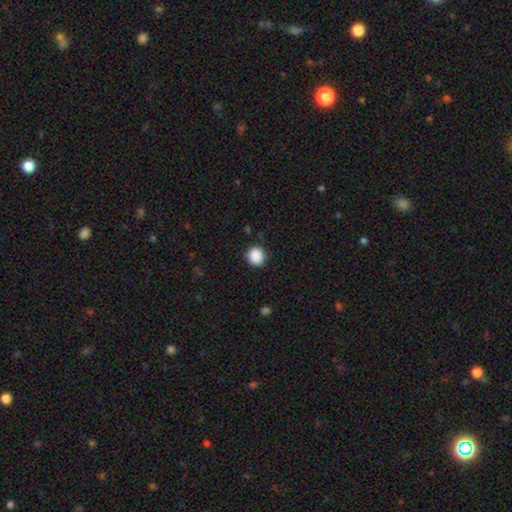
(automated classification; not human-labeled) The model was most divided on "how rounded": round: 88%, in between: 11%, cigar-shaped: 1%. More confident: merging — none (89%); smooth or featured — smooth (89%).